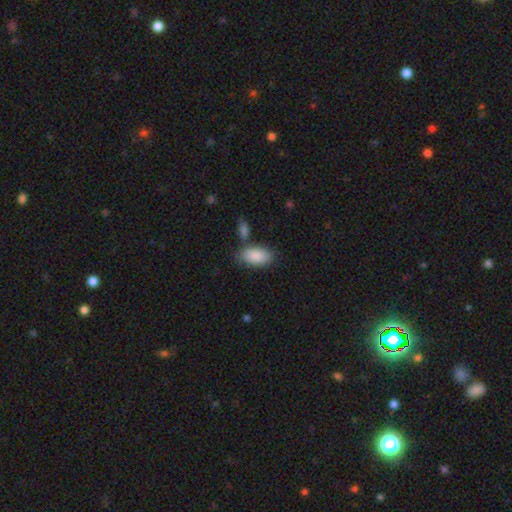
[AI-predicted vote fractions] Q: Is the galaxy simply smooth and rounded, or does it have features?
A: smooth — 88%.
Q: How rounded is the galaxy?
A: in between — 94%.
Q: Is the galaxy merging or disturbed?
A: none — 68%.